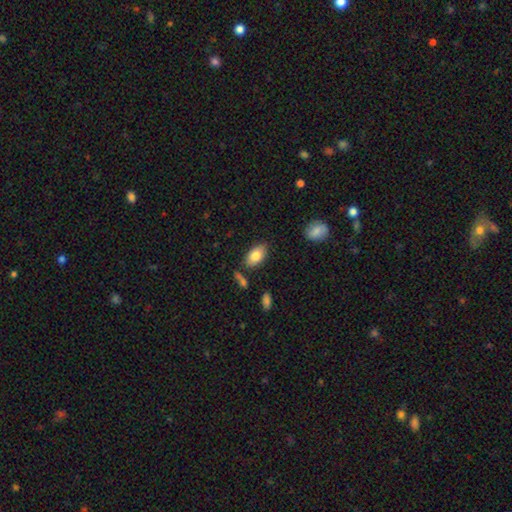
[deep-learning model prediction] The model was most divided on "merging": none: 80%, minor disturbance: 13%, merger: 4%, major disturbance: 3%. More confident: how rounded — in between (93%); smooth or featured — smooth (81%).